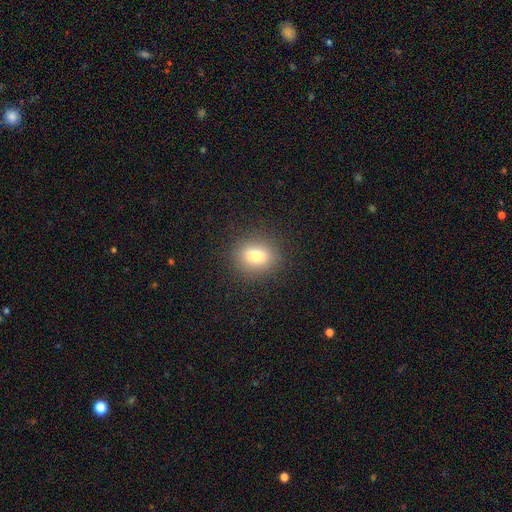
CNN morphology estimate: Smooth or featured?
  - smooth: 81% *
  - star or artifact: 11%
  - featured or disk: 8%
How rounded?
  - in between: 57% *
  - round: 40%
  - cigar-shaped: 2%
Merging?
  - none: 87% *
  - minor disturbance: 9%
  - major disturbance: 3%
  - merger: 1%